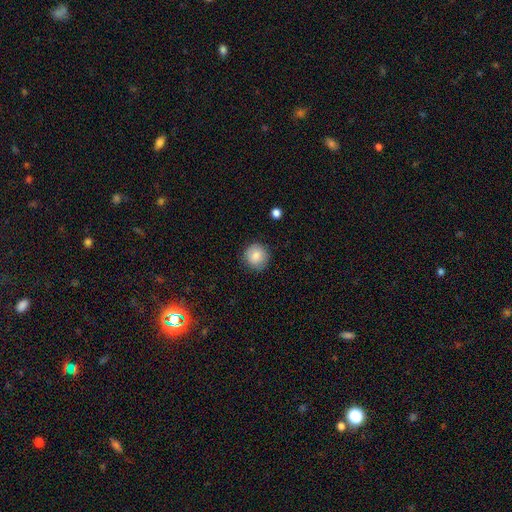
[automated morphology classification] smooth-or-featured: smooth: 85% | star or artifact: 8% | featured or disk: 7%
  how-rounded: round: 93% | in between: 6% | cigar-shaped: 1%
  merging: none: 87% | minor disturbance: 10% | major disturbance: 2% | merger: 1%